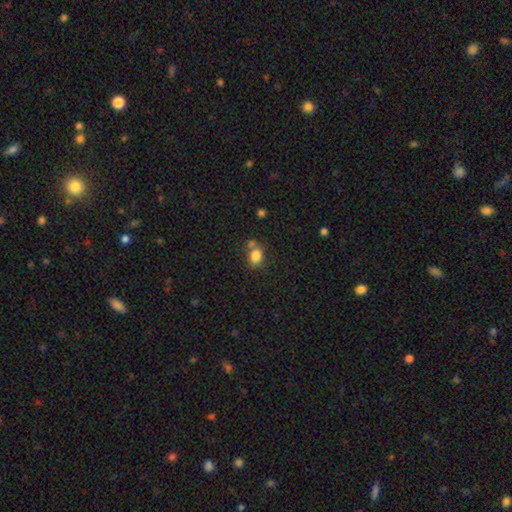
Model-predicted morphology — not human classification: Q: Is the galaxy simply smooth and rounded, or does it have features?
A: smooth — 82%.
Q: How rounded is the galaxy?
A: in between — 56%.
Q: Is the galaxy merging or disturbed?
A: none — 58%.